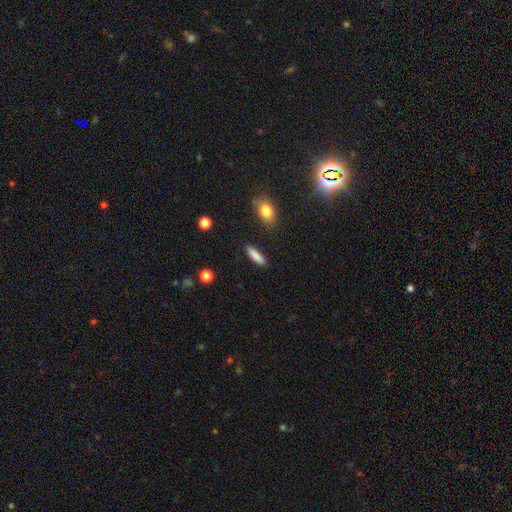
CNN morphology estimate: This appears to be a smooth galaxy with no disk features (86%) that is cigar-shaped (66%). Merging: none (89%).